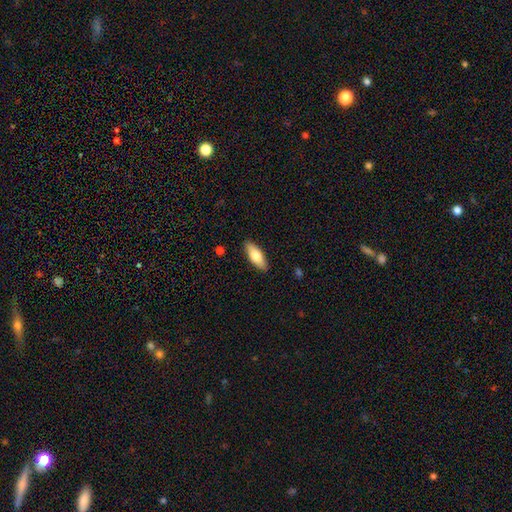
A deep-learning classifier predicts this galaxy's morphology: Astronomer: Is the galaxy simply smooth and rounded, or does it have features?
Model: smooth — 73%.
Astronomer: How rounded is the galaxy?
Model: in between — 68%.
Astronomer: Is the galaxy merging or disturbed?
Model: none — 89%.